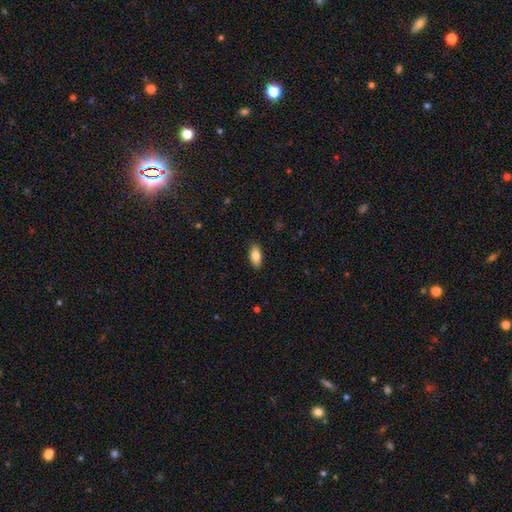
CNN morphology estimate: Smooth or featured?
  - smooth: 83% *
  - featured or disk: 10%
  - star or artifact: 7%
How rounded?
  - in between: 87% *
  - cigar-shaped: 10%
  - round: 3%
Merging?
  - none: 88% *
  - minor disturbance: 9%
  - major disturbance: 2%
  - merger: 1%